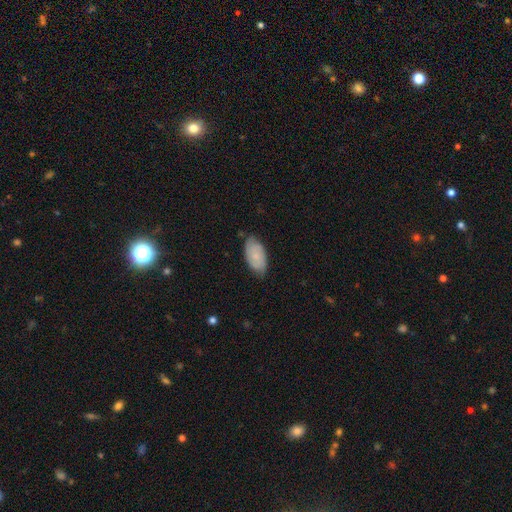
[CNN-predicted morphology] smooth-or-featured: smooth: 67% | featured or disk: 27% | star or artifact: 6%
  how-rounded: in between: 94% | cigar-shaped: 3% | round: 3%
  merging: none: 70% | minor disturbance: 25% | major disturbance: 3% | merger: 1%